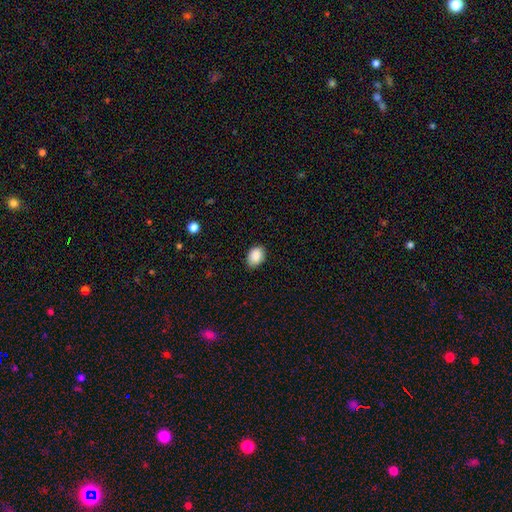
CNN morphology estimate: This appears to be a smooth galaxy with no disk features (89%) that is in between round and cigar-shaped (80%). Merging: none (83%).